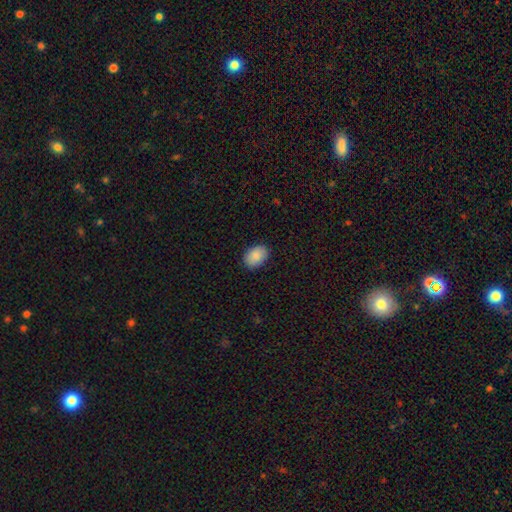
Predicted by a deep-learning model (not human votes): Smooth or featured? smooth (89%)
How rounded? in between (78%)
Merging? none (88%)